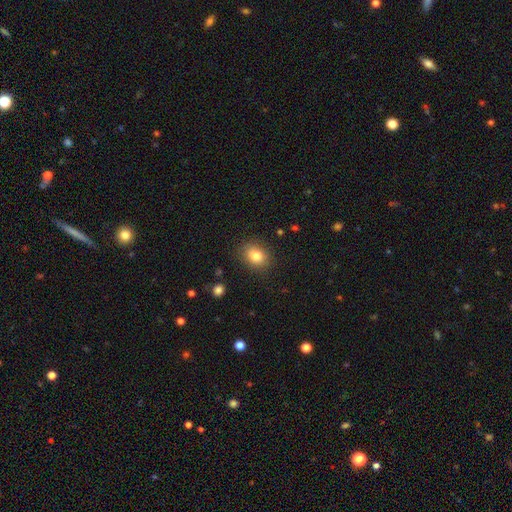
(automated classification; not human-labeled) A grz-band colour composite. It shows a smooth galaxy with no disk features (83%) that is in between round and cigar-shaped (53%). Merging: none (86%).